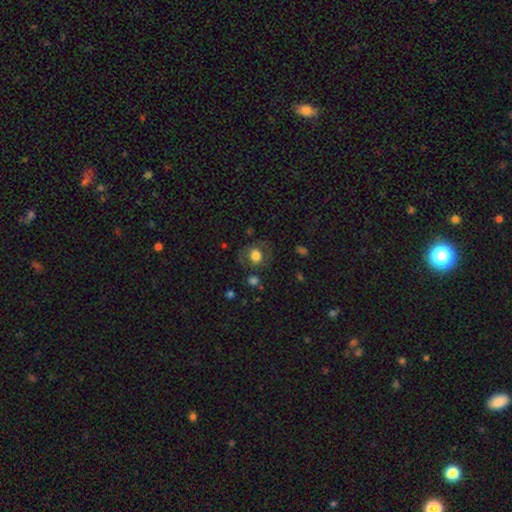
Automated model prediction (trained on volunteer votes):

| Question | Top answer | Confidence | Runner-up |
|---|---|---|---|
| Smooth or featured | smooth | 70% | featured or disk (20%) |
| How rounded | round | 70% | in between (29%) |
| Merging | none | 71% | minor disturbance (16%) |